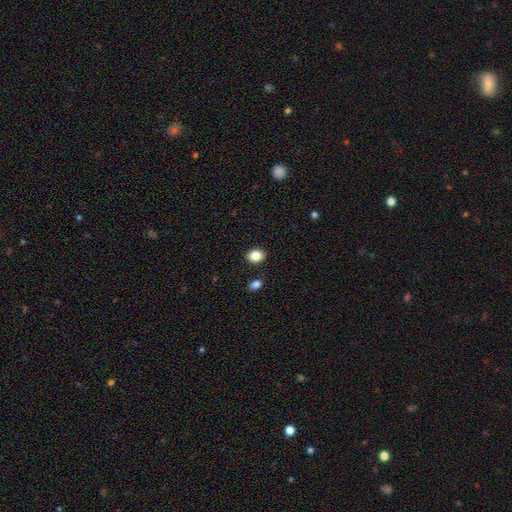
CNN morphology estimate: type=smooth (85%); roundness=in between (53%); merging=none (87%).